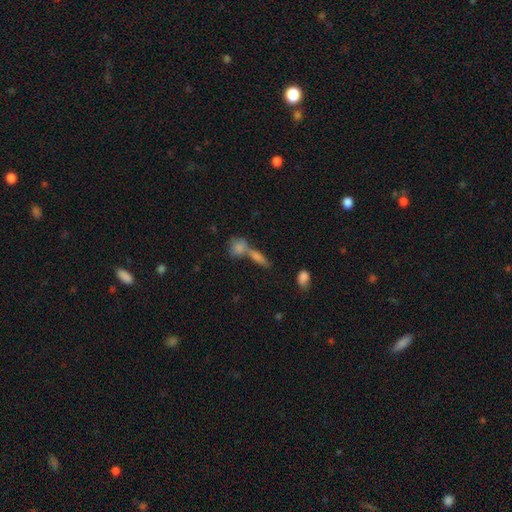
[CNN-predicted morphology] Overall: smooth (57%; featured or disk 22%). How rounded: in between (42%; cigar-shaped 37%). Merging: none (46%; merger 41%).